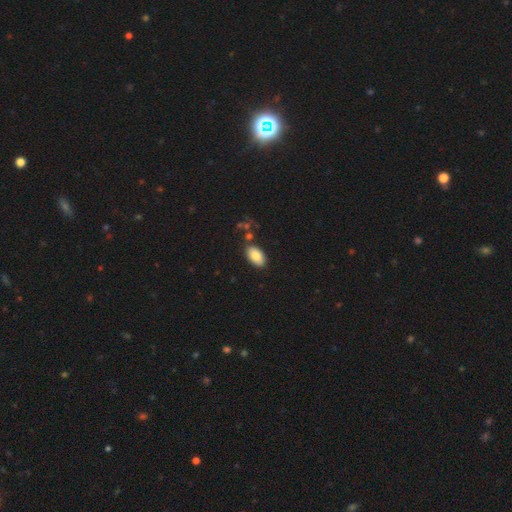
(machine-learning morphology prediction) smooth 84%, featured or disk 9%, star or artifact 7%. Down the decision tree: how rounded — in between (94%); merging — none (82%).